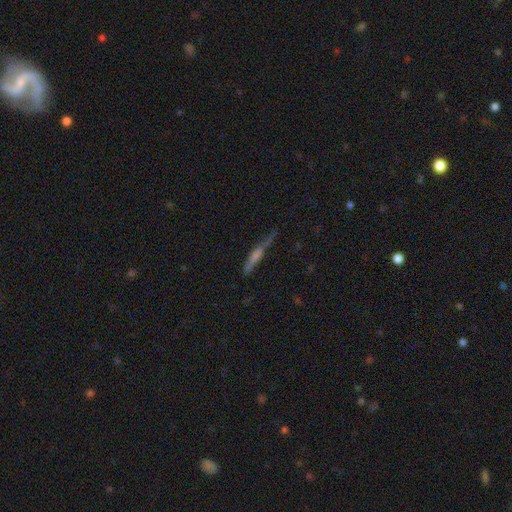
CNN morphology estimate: This is possibly a featured or disk galaxy (54%). It is clearly viewed edge-on (92%). Edge-on bulge: marginally rounded (39%). Merging: likely none (68%).